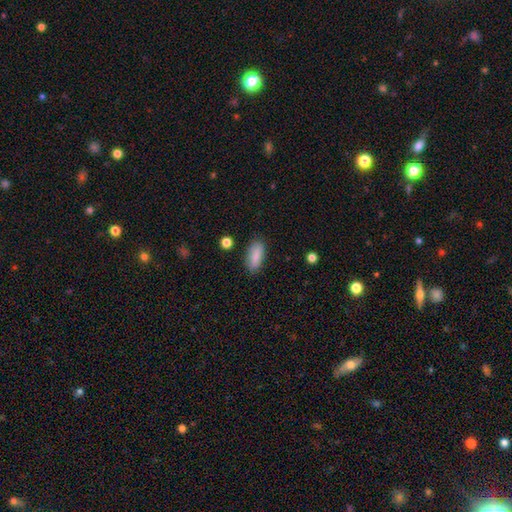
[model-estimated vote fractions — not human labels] A smooth galaxy with no disk features (85%) that is in between round and cigar-shaped (75%).

Vote fractions:
- Smooth or featured? smooth: 85% / featured or disk: 8% / star or artifact: 7%
- How rounded? in between: 75% / cigar-shaped: 23% / round: 2%
- Merging? none: 83% / minor disturbance: 12% / major disturbance: 3% / merger: 2%